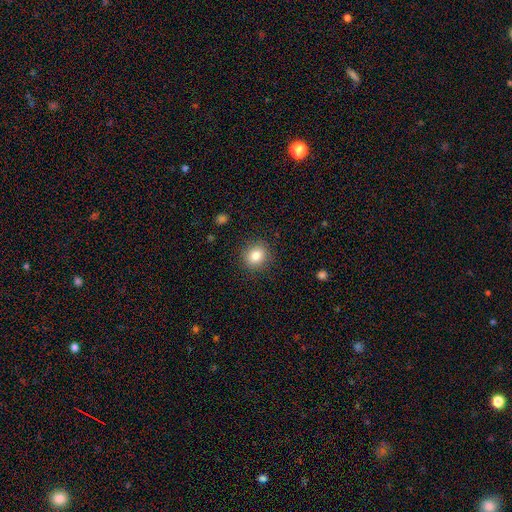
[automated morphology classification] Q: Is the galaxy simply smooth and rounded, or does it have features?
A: smooth — 83%.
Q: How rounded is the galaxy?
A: round — 78%.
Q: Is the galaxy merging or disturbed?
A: none — 88%.